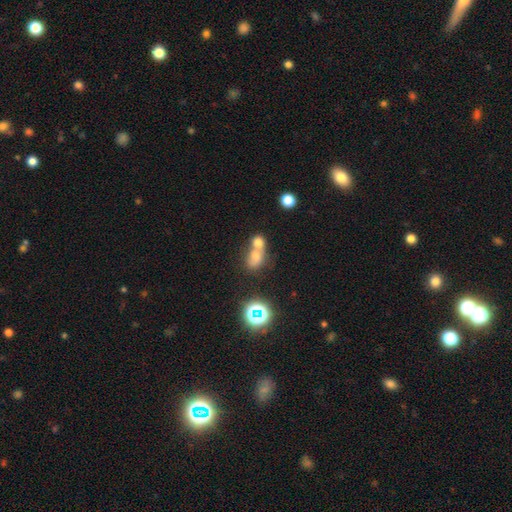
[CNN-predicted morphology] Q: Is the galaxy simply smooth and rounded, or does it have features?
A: smooth — 62%.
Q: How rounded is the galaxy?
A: round — 52%.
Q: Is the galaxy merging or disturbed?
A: merger — 64%.